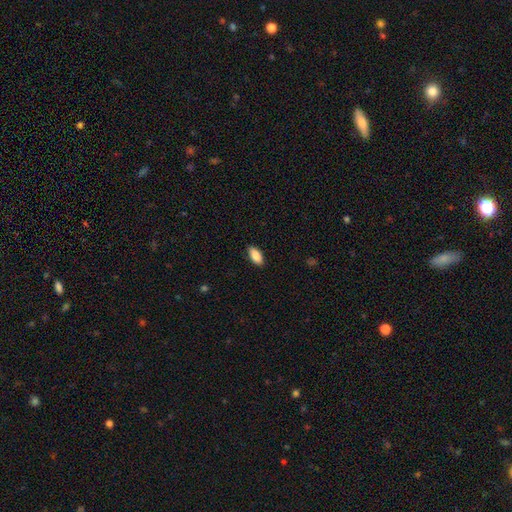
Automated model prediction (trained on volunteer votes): smooth 88%, star or artifact 6%, featured or disk 5%. Down the decision tree: how rounded — in between (90%); merging — none (88%).